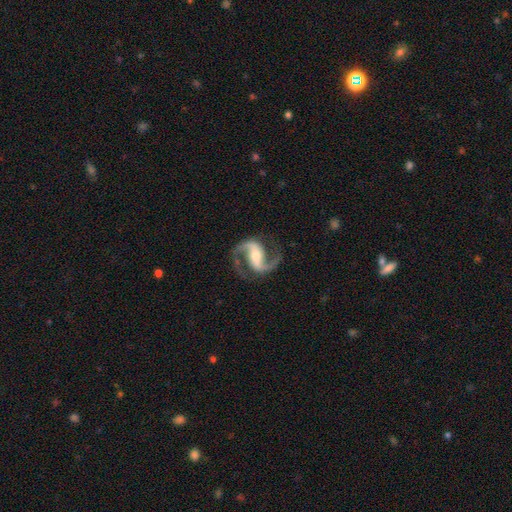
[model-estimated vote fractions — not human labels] featured or disk 93%, star or artifact 4%, smooth 3%. Down the decision tree: edge-on disk — no (98%); bar — strong (45%); spiral arms — yes (98%); spiral arm count — 2 (94%); spiral winding — medium (59%); bulge size — moderate (53%); merging — none (83%).